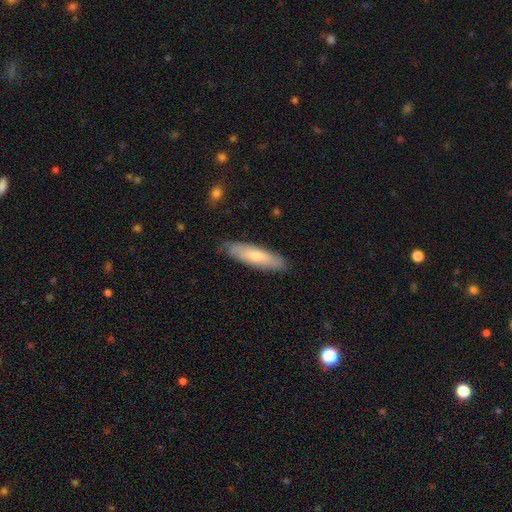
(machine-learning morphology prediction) smooth-or-featured: smooth: 65% | featured or disk: 29% | star or artifact: 5%
  how-rounded: cigar-shaped: 64% | in between: 34% | round: 2%
  merging: none: 82% | minor disturbance: 14% | major disturbance: 2% | merger: 1%